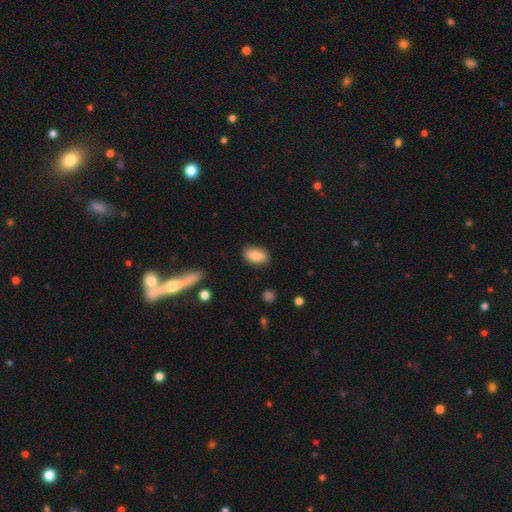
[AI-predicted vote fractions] Smooth or featured? smooth (84%)
How rounded? in between (91%)
Merging? none (85%)